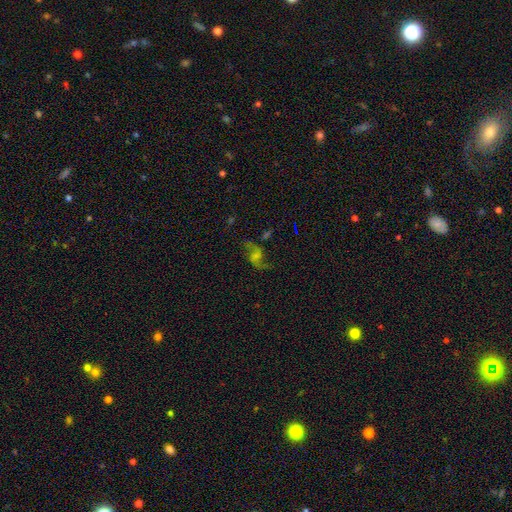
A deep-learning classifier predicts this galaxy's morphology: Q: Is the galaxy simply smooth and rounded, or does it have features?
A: featured or disk — 73%.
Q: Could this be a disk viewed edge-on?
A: no — 96%.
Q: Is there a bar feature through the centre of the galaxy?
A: no — 48%.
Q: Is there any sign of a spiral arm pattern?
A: yes — 92%.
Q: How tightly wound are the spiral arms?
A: loose — 80%.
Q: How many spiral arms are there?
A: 2 — 91%.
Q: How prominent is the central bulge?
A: none — 37%.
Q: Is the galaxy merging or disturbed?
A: none — 69%.